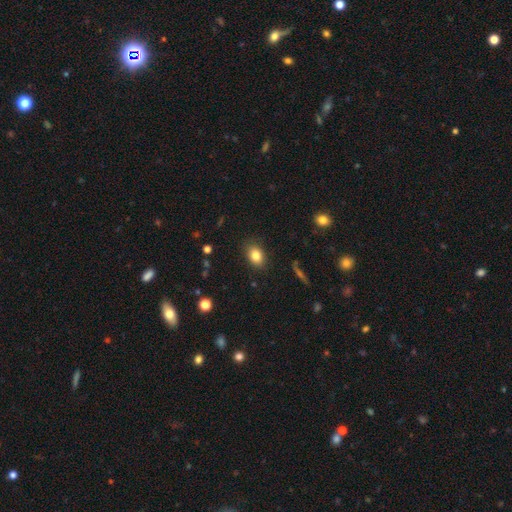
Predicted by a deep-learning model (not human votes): This is clearly a smooth galaxy (83%). How rounded: likely in between (74%). Merging: clearly none (86%).